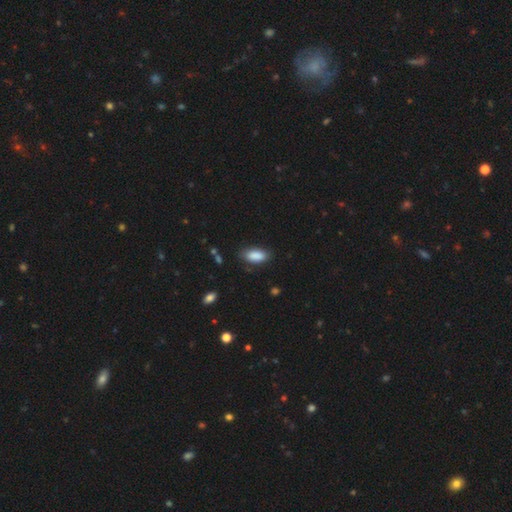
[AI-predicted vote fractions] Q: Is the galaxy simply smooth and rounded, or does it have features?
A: smooth — 88%.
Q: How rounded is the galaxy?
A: in between — 88%.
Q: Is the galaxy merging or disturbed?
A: none — 81%.